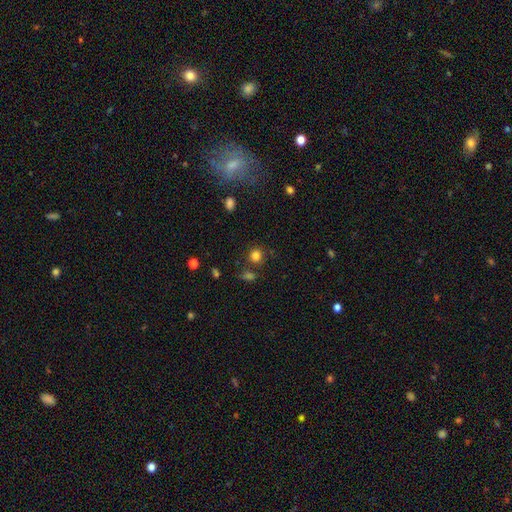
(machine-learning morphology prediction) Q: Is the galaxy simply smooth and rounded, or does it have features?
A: smooth — 81%.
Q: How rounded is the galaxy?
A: round — 86%.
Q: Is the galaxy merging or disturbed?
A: none — 76%.